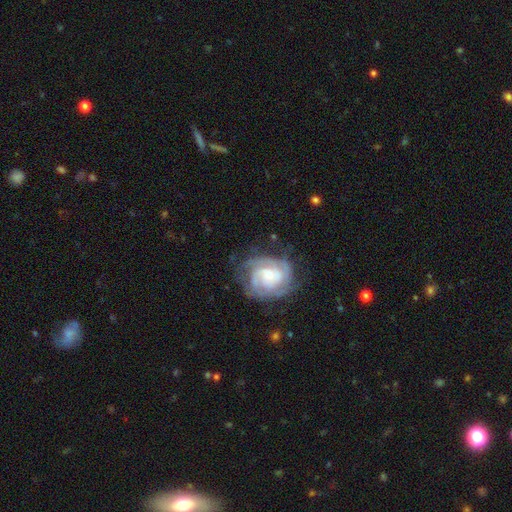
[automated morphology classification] A featured or disk galaxy (63%) with no bar (46%), tight (58%) spiral arms (88%) and a moderate central bulge (48%). Merging: none (75%).